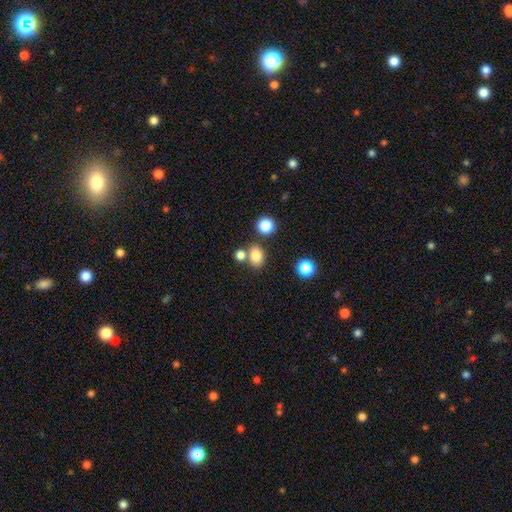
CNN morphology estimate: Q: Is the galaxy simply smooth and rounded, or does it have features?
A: smooth — 80%.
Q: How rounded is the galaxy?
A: in between — 55%.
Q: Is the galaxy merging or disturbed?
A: none — 67%.